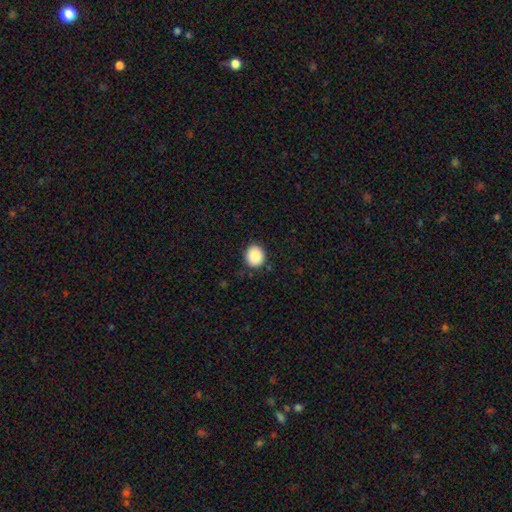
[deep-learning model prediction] Smooth or featured?
  - smooth: 88% *
  - star or artifact: 8%
  - featured or disk: 4%
How rounded?
  - round: 80% *
  - in between: 19%
  - cigar-shaped: 1%
Merging?
  - none: 88% *
  - minor disturbance: 9%
  - major disturbance: 2%
  - merger: 1%